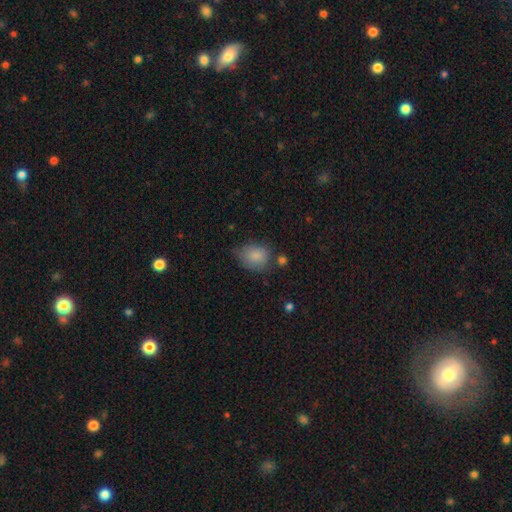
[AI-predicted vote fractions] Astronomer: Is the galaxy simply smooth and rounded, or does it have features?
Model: smooth — 84%.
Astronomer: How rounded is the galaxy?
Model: round — 53% (runner-up: in between, 46%).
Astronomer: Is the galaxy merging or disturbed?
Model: none — 58%.